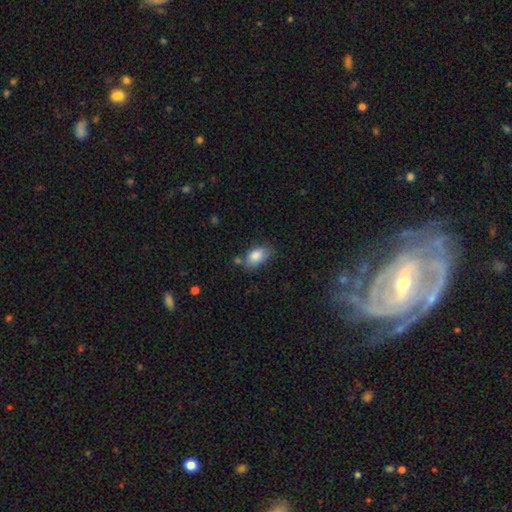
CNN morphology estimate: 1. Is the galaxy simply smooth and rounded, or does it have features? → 85% smooth, 8% featured or disk, 7% star or artifact.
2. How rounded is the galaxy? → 91% in between, 7% round, 2% cigar-shaped.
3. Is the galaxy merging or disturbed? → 59% none, 25% minor disturbance, 10% merger, 6% major disturbance.